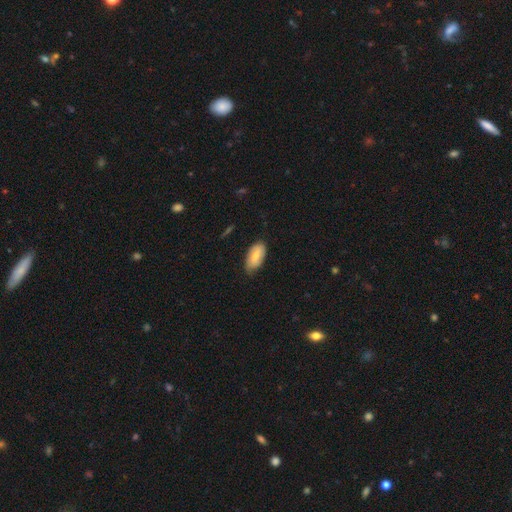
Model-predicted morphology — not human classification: smooth 68%, featured or disk 26%, star or artifact 6%. Down the decision tree: how rounded — in between (93%); merging — none (66%).